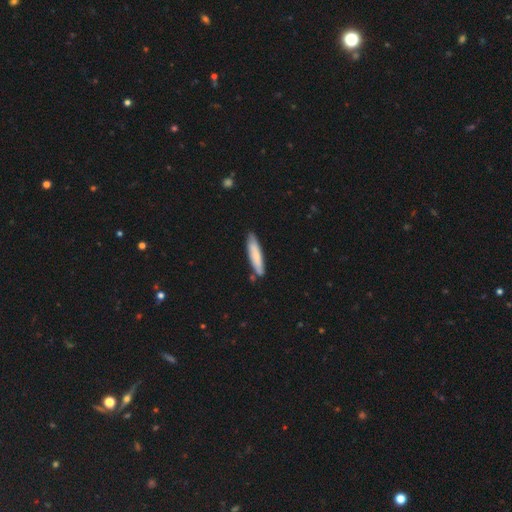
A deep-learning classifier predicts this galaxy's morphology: smooth 73%, featured or disk 22%, star or artifact 5%. Down the decision tree: how rounded — cigar-shaped (86%); merging — none (77%).